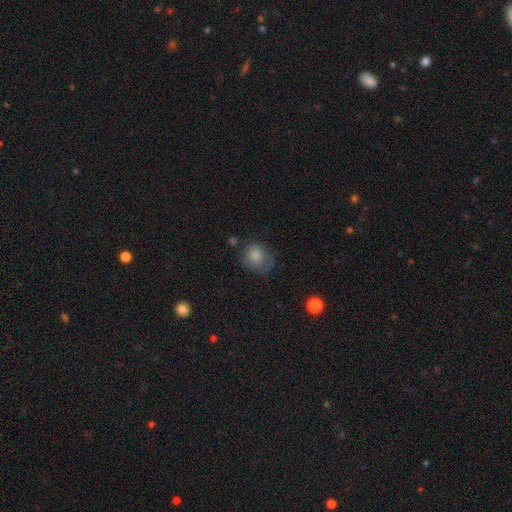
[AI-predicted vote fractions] Overall: smooth (79%). How rounded: round (68%; in between 31%). Merging: none (54%; minor disturbance 28%).